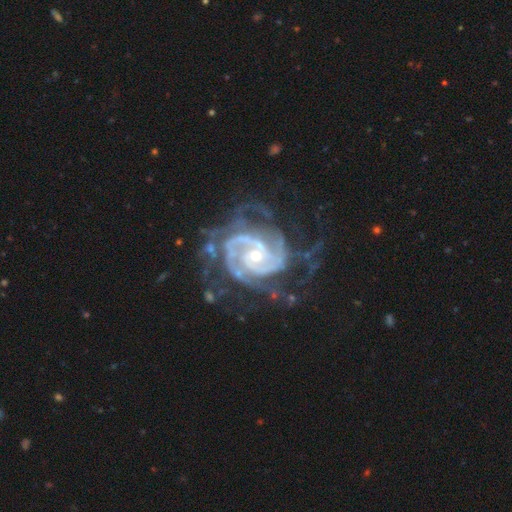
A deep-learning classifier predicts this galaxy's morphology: Smooth or featured: featured or disk — 93% (star or artifact — 4%)
Edge-on disk: no — 98% (yes — 2%)
Bar: no — 58% (weak — 30%)
Spiral arms: yes — 98% (no — 2%)
Spiral winding: tight — 65% (medium — 30%)
Spiral arm count: 2 — 41% (3 — 21%)
Bulge size: small — 58% (moderate — 39%)
Merging: none — 56% (minor disturbance — 21%)